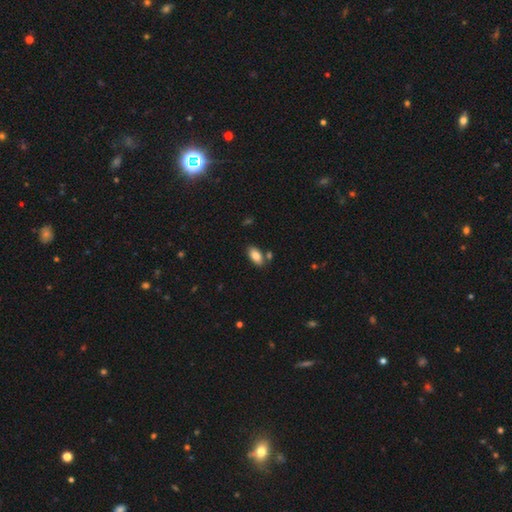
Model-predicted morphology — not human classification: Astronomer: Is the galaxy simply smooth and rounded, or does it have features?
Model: smooth — 85%.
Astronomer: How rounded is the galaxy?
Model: in between — 93%.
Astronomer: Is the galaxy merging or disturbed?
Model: none — 77%.